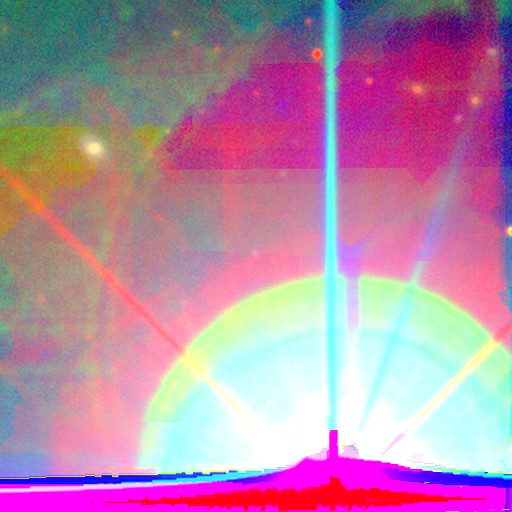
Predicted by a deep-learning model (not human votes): smooth_or_featured: star or artifact (p=0.81) [alt: featured or disk p=0.12]